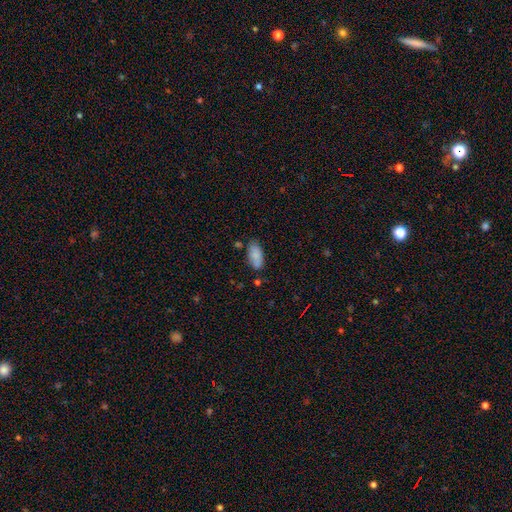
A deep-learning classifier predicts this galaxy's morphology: Overall: smooth (84%). How rounded: in between (91%). Merging: none (68%).